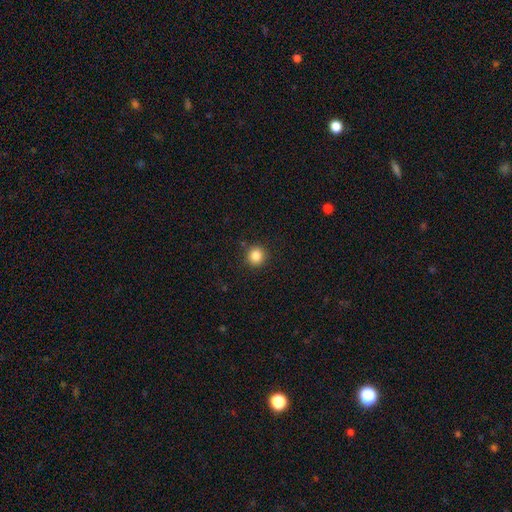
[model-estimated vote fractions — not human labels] Smooth or featured? smooth (85%)
How rounded? round (93%)
Merging? none (90%)